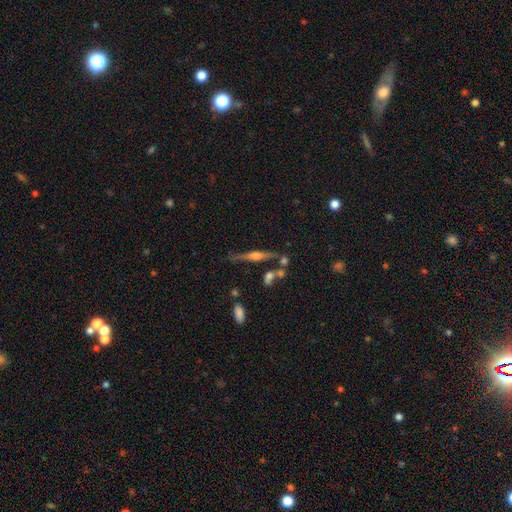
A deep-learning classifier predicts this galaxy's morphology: Smooth or featured?
  - featured or disk: 71% *
  - smooth: 21%
  - star or artifact: 8%
Edge-on disk?
  - yes: 96% *
  - no: 4%
Edge-on bulge?
  - rounded: 85% *
  - boxy: 10%
  - none: 4%
Merging?
  - none: 73% *
  - minor disturbance: 14%
  - merger: 9%
  - major disturbance: 4%